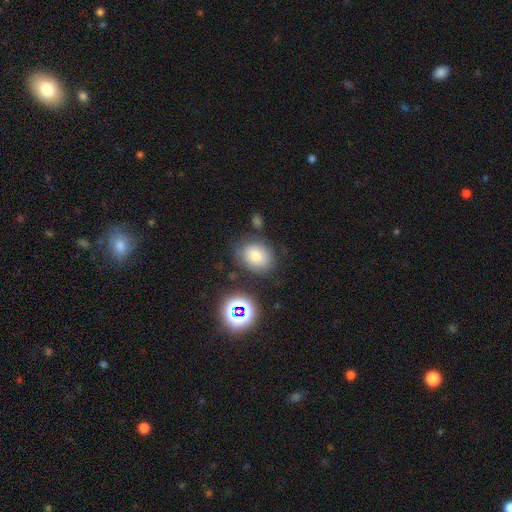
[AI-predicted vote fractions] smooth-or-featured: smooth: 70% | star or artifact: 17% | featured or disk: 13%
  how-rounded: round: 50% | in between: 49% | cigar-shaped: 1%
  merging: none: 74% | minor disturbance: 16% | merger: 5% | major disturbance: 5%